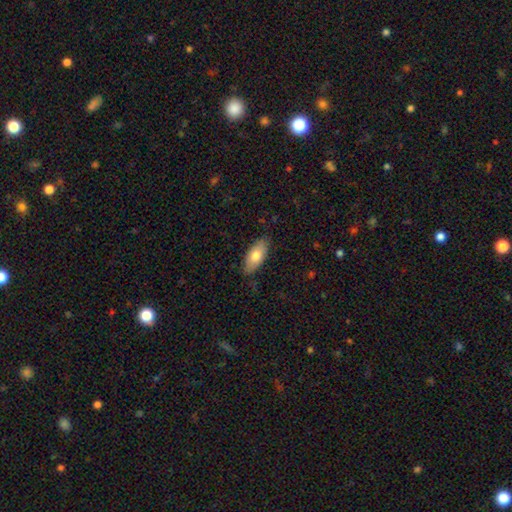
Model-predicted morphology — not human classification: The model was most divided on "smooth or featured": smooth: 74%, featured or disk: 20%, star or artifact: 6%. More confident: how rounded — in between (85%); merging — none (83%).